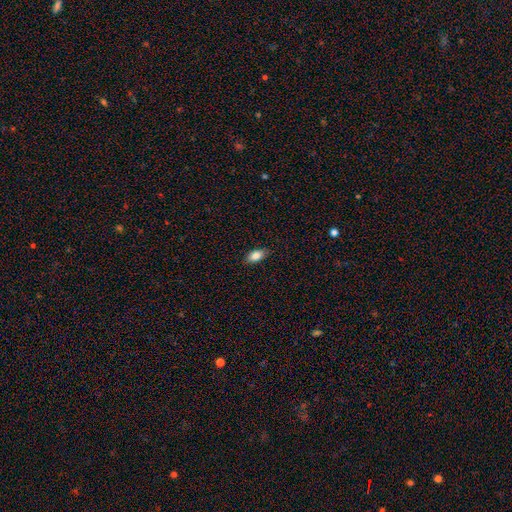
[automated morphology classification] smooth_or_featured: smooth (p=0.84) [alt: featured or disk p=0.08]
how_rounded: in between (p=0.89) [alt: cigar-shaped p=0.06]
merging: none (p=0.86) [alt: minor disturbance p=0.11]